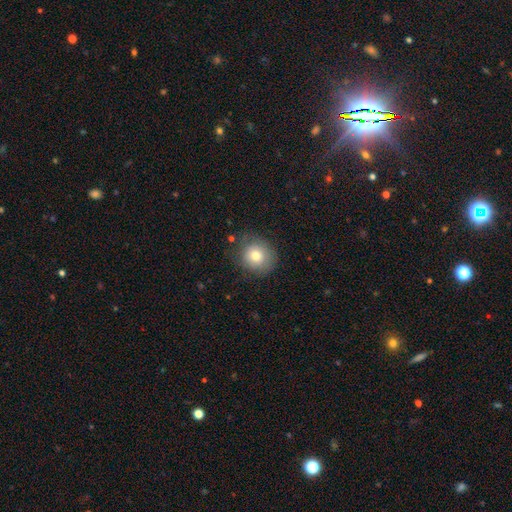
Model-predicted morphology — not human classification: This is likely a smooth galaxy (77%). How rounded: clearly round (85%). Merging: likely none (76%).